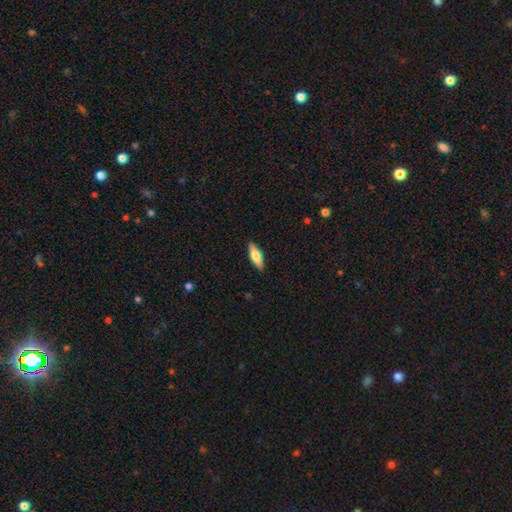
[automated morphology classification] Smooth or featured? Predicted: smooth (p=0.67). How rounded? Predicted: in between (p=0.56). Merging? Predicted: none (p=0.89).